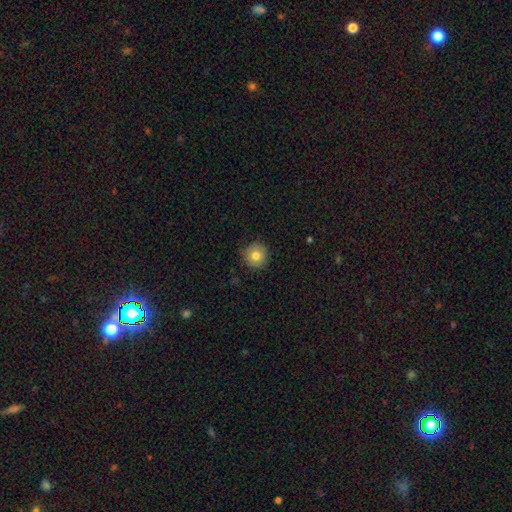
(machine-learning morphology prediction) smooth 80%, featured or disk 10%, star or artifact 10%. Down the decision tree: how rounded — round (94%); merging — none (88%).